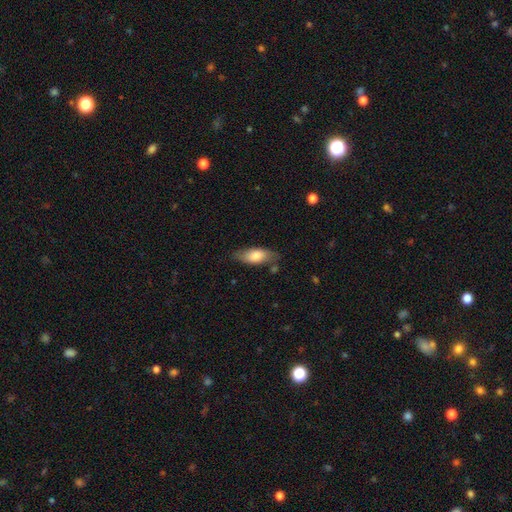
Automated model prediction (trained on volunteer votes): smooth_or_featured: smooth (p=0.75) [alt: featured or disk p=0.18]
how_rounded: in between (p=0.80) [alt: cigar-shaped p=0.17]
merging: none (p=0.73) [alt: minor disturbance p=0.20]